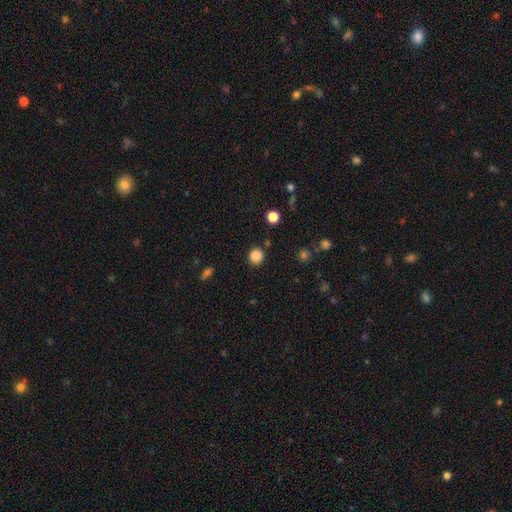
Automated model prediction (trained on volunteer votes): Morphology: type=smooth (86%); roundness=round (87%); merging=none (86%).